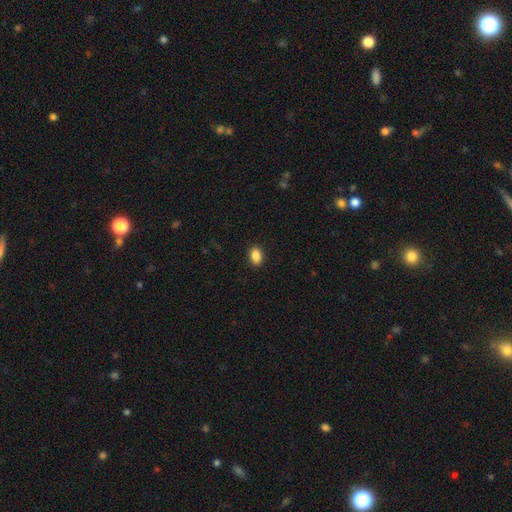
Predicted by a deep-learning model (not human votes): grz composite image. It shows a smooth galaxy with no disk features (88%) that is in between round and cigar-shaped (84%). Merging: none (90%).